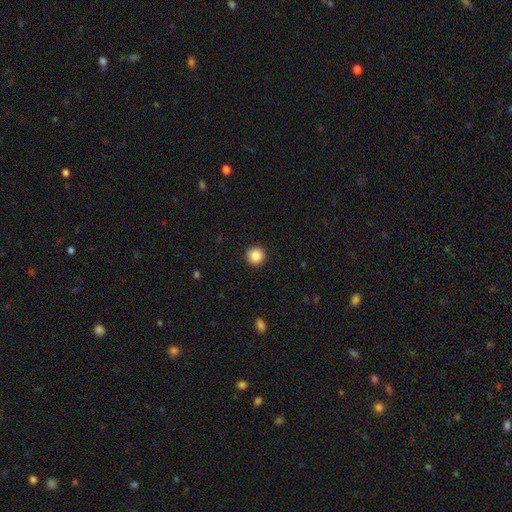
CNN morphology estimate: smooth-or-featured: smooth: 85% | star or artifact: 10% | featured or disk: 5%
  how-rounded: round: 94% | in between: 5% | cigar-shaped: 1%
  merging: none: 92% | minor disturbance: 5% | major disturbance: 2% | merger: 1%